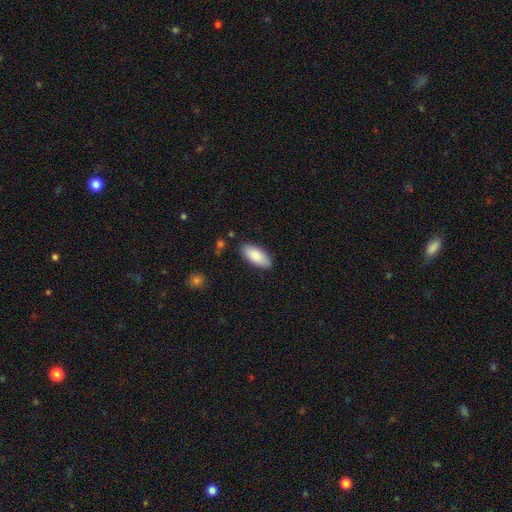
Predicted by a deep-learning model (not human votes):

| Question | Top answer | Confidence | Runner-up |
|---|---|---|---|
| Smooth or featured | smooth | 87% | featured or disk (7%) |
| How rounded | in between | 90% | cigar-shaped (8%) |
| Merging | none | 86% | minor disturbance (10%) |